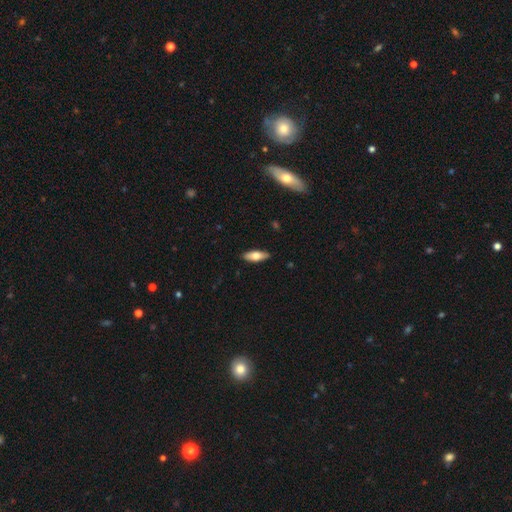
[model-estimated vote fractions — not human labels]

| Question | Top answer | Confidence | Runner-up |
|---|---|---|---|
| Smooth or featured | smooth | 70% | featured or disk (24%) |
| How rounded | in between | 70% | cigar-shaped (28%) |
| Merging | none | 88% | minor disturbance (9%) |